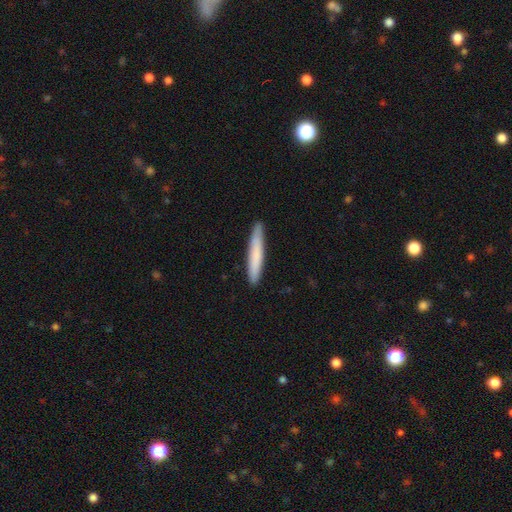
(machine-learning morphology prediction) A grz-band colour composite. It shows a smooth galaxy with no disk features (75%) that is cigar-shaped (95%). Merging: none (89%).